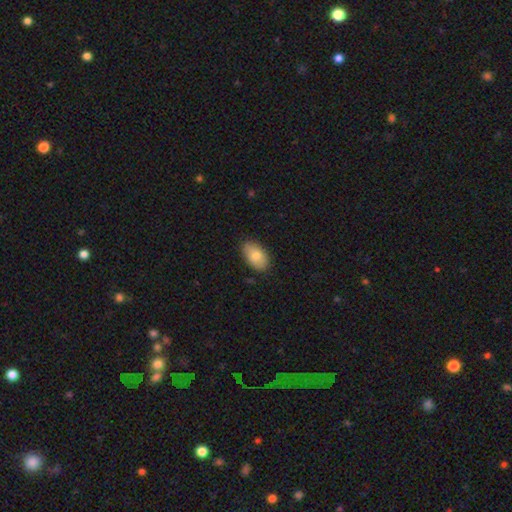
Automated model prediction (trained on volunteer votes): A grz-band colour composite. It shows a smooth galaxy with no disk features (80%) that is in between round and cigar-shaped (93%). Merging: none (83%).